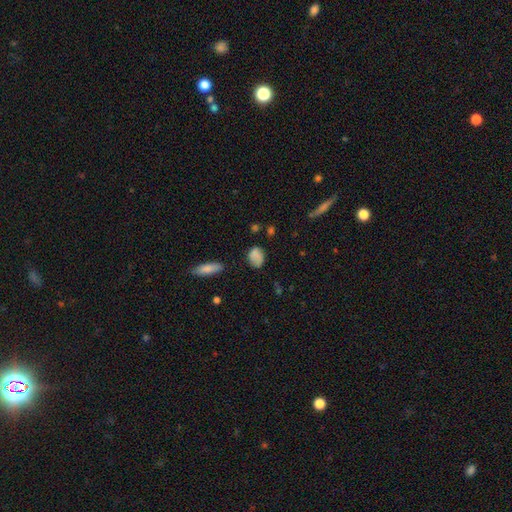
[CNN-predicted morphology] The model was most divided on "how rounded": in between: 63%, round: 35%, cigar-shaped: 2%. More confident: smooth or featured — smooth (81%); merging — none (67%).